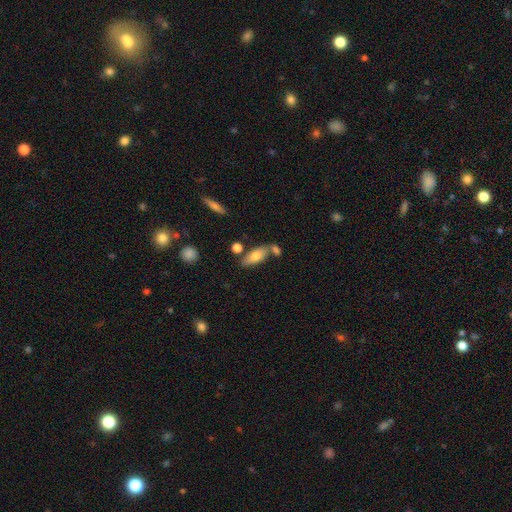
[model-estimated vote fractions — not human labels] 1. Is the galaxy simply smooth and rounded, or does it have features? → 74% smooth, 20% featured or disk, 7% star or artifact.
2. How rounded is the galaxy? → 75% in between, 22% cigar-shaped, 3% round.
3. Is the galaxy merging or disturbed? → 60% none, 20% merger, 15% minor disturbance, 4% major disturbance.